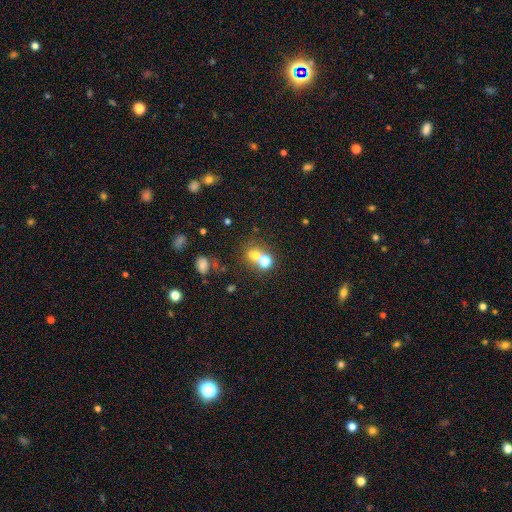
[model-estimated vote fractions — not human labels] This is likely a smooth galaxy (63%). How rounded: likely round (65%). Merging: possibly merger (47%).